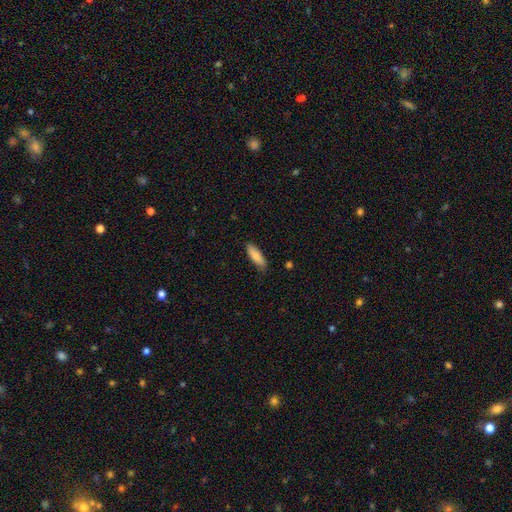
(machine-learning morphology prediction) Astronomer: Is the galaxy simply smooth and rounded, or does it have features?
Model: smooth — 86%.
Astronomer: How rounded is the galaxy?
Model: in between — 52% (runner-up: cigar-shaped, 46%).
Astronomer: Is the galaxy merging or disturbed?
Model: none — 83%.